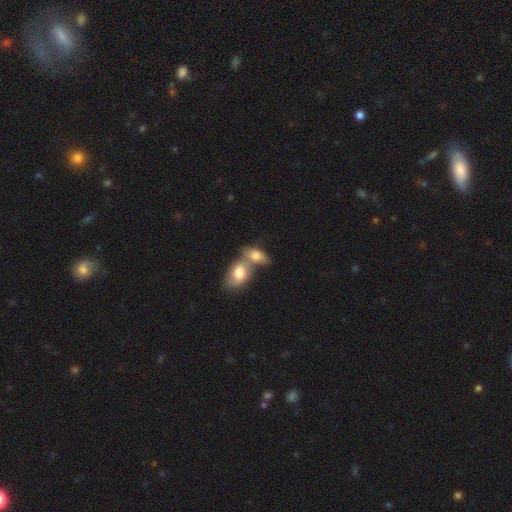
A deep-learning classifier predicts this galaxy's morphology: Smooth or featured: smooth — 76% (featured or disk — 16%)
How rounded: in between — 86% (round — 11%)
Merging: merger — 66% (none — 21%)